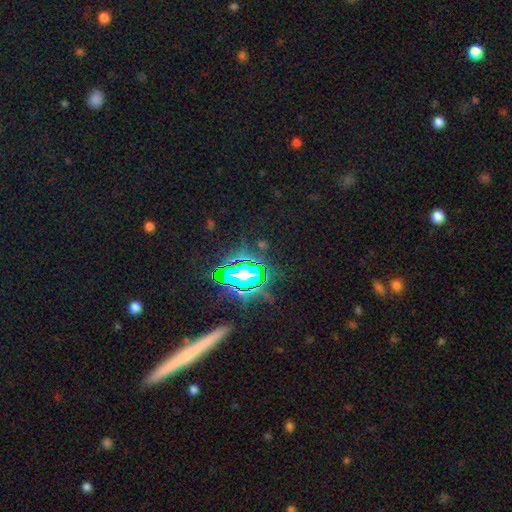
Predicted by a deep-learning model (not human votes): This appears to be a star or artifact, not a galaxy (58%).